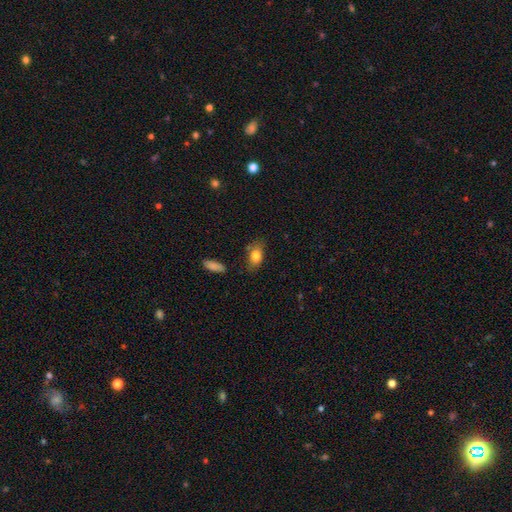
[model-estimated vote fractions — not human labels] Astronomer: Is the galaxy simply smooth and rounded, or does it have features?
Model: smooth — 79%.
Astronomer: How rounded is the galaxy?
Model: in between — 85%.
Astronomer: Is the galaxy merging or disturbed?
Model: none — 72%.